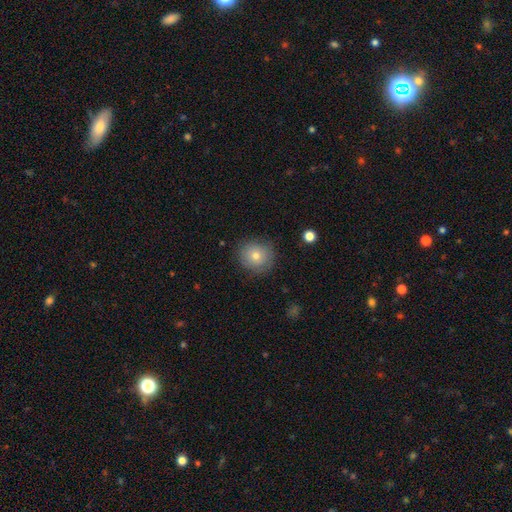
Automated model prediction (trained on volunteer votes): smooth 71%, featured or disk 17%, star or artifact 11%. Down the decision tree: how rounded — round (89%); merging — none (84%).